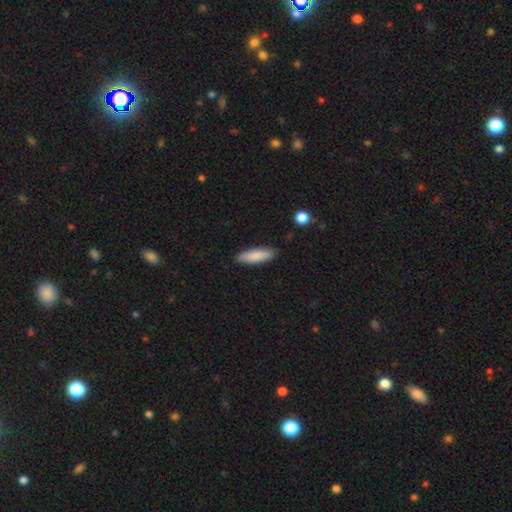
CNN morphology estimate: Overall: smooth (86%). How rounded: cigar-shaped (56%; in between 42%). Merging: none (88%).